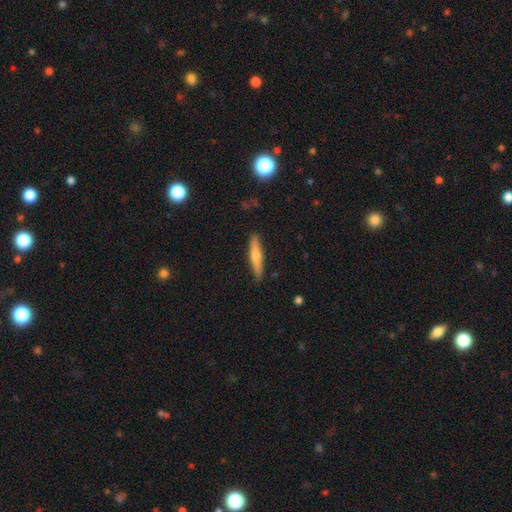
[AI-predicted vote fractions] smooth 49%, featured or disk 44%, star or artifact 7%. Down the decision tree: merging — none (90%).